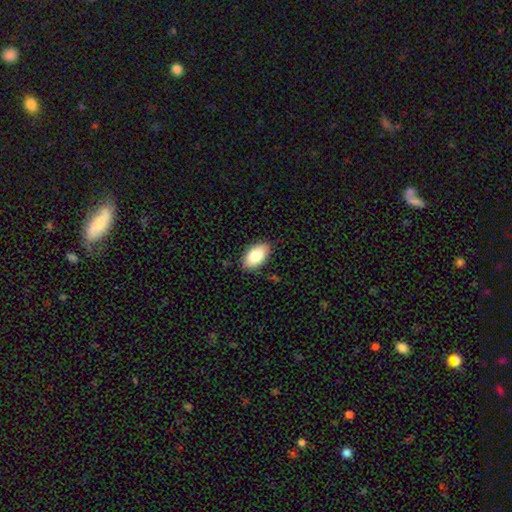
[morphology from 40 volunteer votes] smooth_or_featured: smooth (p=0.93) [alt: star or artifact p=0.05]
how_rounded: in between (p=0.97) [alt: cigar-shaped p=0.03]
merging: none (p=0.82) [alt: minor disturbance p=0.11]